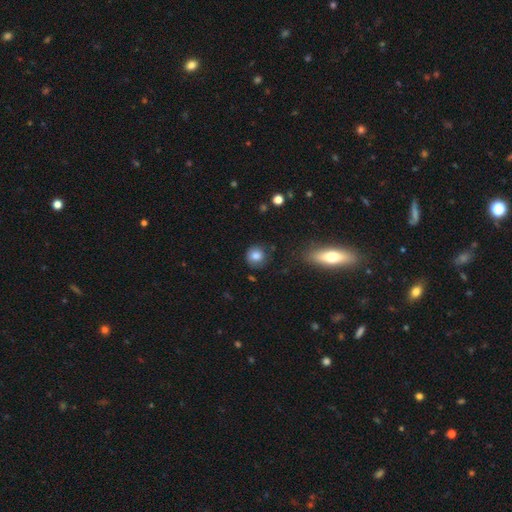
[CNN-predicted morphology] Overall: smooth (82%). How rounded: round (87%). Merging: none (77%).